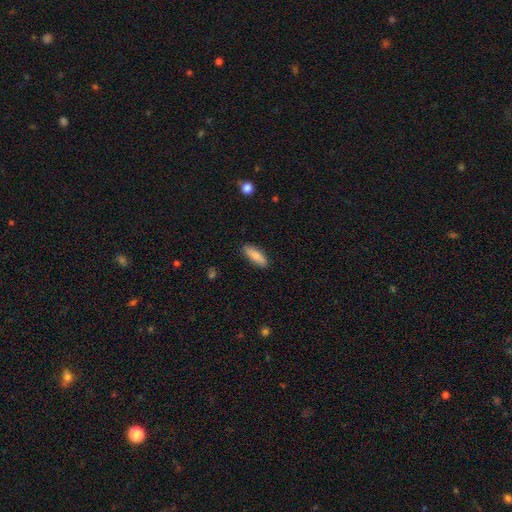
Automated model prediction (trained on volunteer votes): A smooth galaxy with no disk features (84%) that is in between round and cigar-shaped (59%). Merging: none (88%).